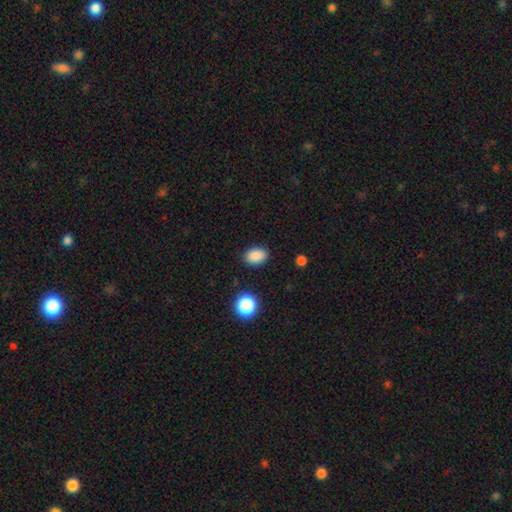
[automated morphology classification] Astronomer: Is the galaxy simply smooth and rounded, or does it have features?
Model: smooth — 87%.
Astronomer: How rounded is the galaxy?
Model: in between — 79%.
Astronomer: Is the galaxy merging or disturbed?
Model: none — 87%.